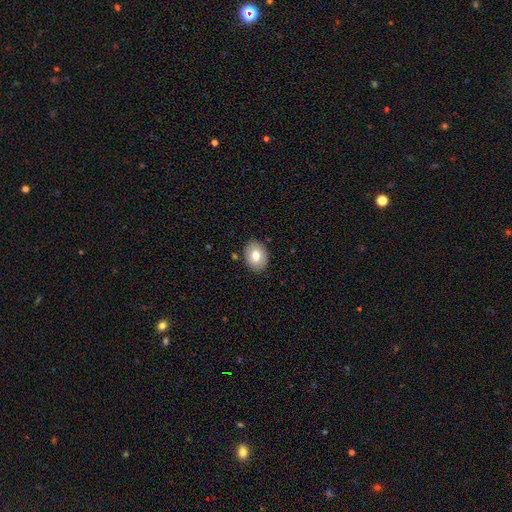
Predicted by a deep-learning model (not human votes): Smooth or featured? smooth (77%)
How rounded? in between (65%)
Merging? none (87%)